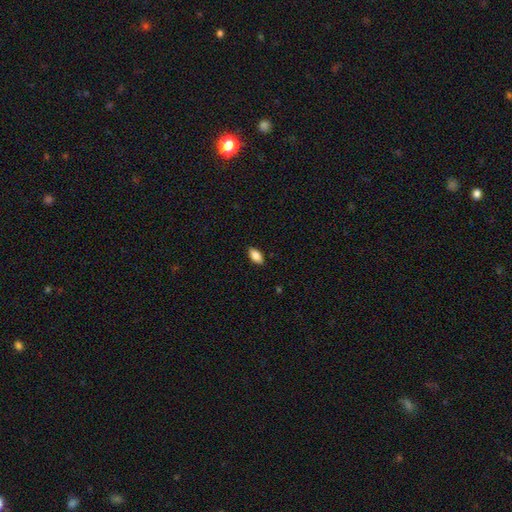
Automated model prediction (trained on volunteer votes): Smooth or featured? Predicted: smooth (p=0.86). How rounded? Predicted: in between (p=0.92). Merging? Predicted: none (p=0.88).